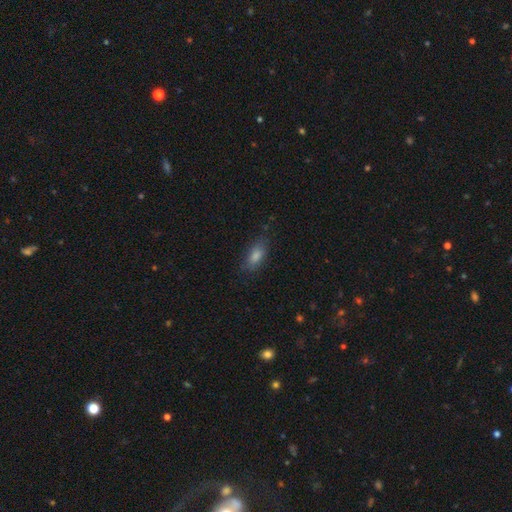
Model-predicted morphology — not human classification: smooth_or_featured: smooth (p=0.74) [alt: star or artifact p=0.13]
how_rounded: in between (p=0.78) [alt: cigar-shaped p=0.16]
merging: none (p=0.79) [alt: minor disturbance p=0.15]